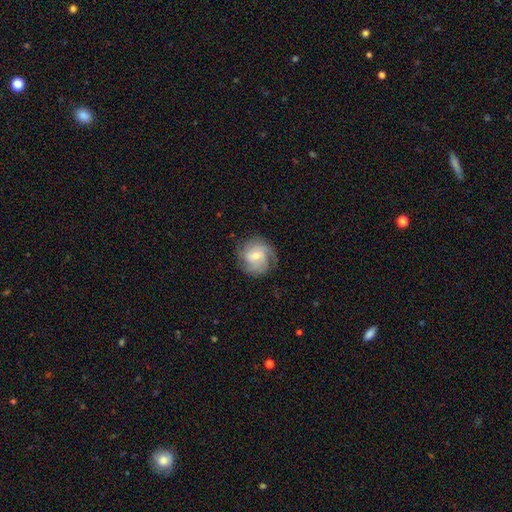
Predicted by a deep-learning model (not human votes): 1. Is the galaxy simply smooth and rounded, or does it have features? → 75% featured or disk, 18% smooth, 7% star or artifact.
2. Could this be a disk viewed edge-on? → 97% no, 3% yes.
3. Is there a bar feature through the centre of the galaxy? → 47% no, 43% weak, 10% strong.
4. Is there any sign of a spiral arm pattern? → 94% yes, 6% no.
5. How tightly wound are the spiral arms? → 55% tight, 34% medium, 11% loose.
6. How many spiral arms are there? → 30% 3, 27% can't tell, 22% 2, 11% 4, 6% 1, 5% more than 4.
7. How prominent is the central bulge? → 49% moderate, 46% small, 2% large, 1% none, 1% dominant.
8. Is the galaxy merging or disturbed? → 76% none, 16% minor disturbance, 7% major disturbance, 1% merger.